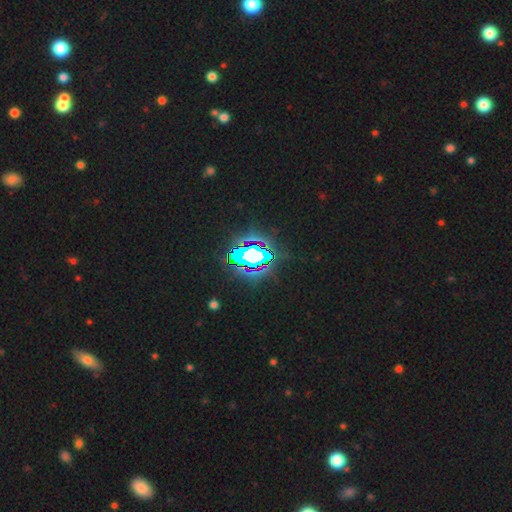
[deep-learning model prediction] Overall: star or artifact (68%).